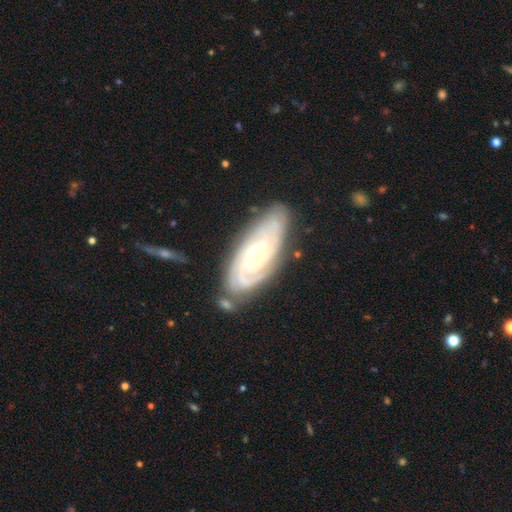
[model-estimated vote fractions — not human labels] smooth_or_featured: featured or disk (p=0.85) [alt: smooth p=0.10]
disk_edge_on: no (p=0.92) [alt: yes p=0.08]
bar: no (p=0.70) [alt: weak p=0.23]
has_spiral_arms: yes (p=0.97) [alt: no p=0.03]
spiral_winding: tight (p=0.79) [alt: medium p=0.18]
spiral_arm_count: can't tell (p=0.29) [alt: 3 p=0.22]
bulge_size: small (p=0.71) [alt: moderate p=0.26]
merging: none (p=0.73) [alt: minor disturbance p=0.18]